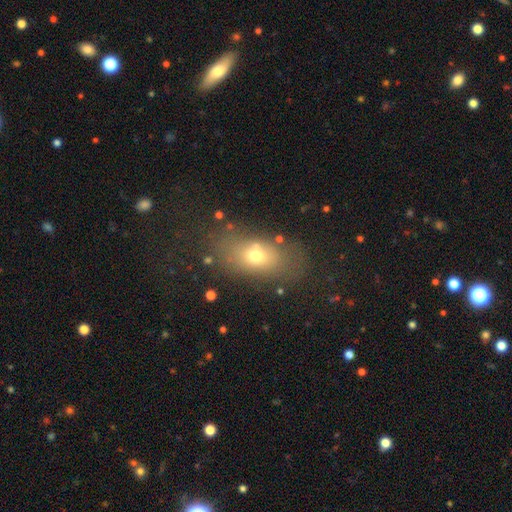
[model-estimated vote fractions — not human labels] Smooth or featured?
  - smooth: 68% *
  - featured or disk: 17%
  - star or artifact: 15%
How rounded?
  - in between: 77% *
  - round: 18%
  - cigar-shaped: 4%
Merging?
  - none: 71% *
  - minor disturbance: 16%
  - major disturbance: 9%
  - merger: 4%